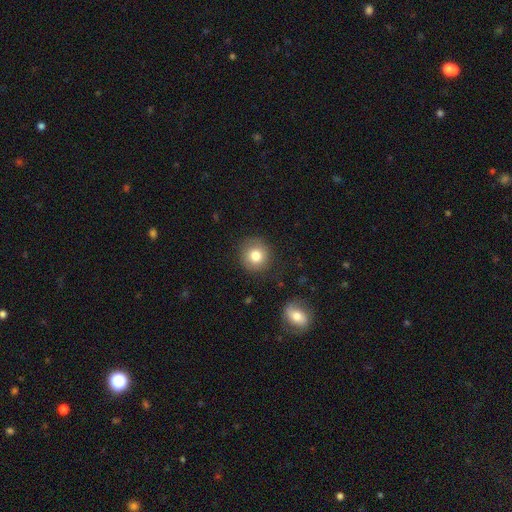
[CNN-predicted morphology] A smooth galaxy with no disk features (80%) that is round (91%). Merging: none (85%).